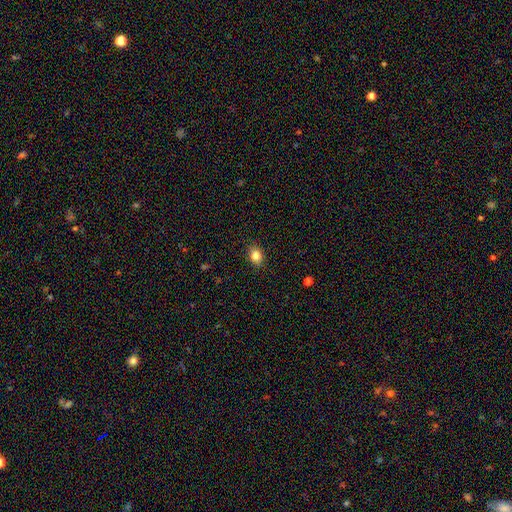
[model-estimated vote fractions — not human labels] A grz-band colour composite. It shows a smooth galaxy with no disk features (82%) that is in between round and cigar-shaped (63%). Merging: none (88%).